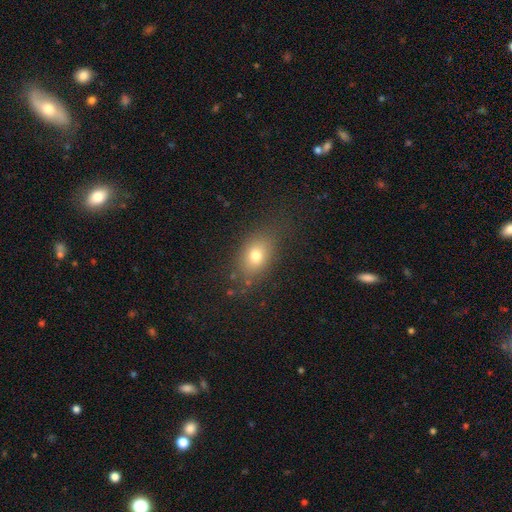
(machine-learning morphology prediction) Smooth or featured: smooth — 74% (featured or disk — 13%)
How rounded: in between — 73% (round — 24%)
Merging: none — 77% (minor disturbance — 15%)